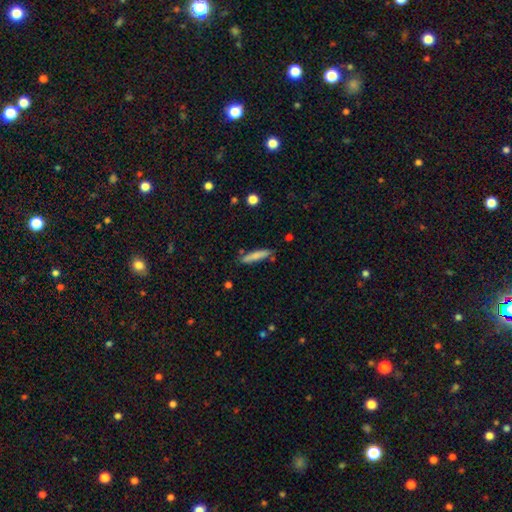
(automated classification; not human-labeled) Overall: smooth (78%). How rounded: cigar-shaped (86%). Merging: none (80%).